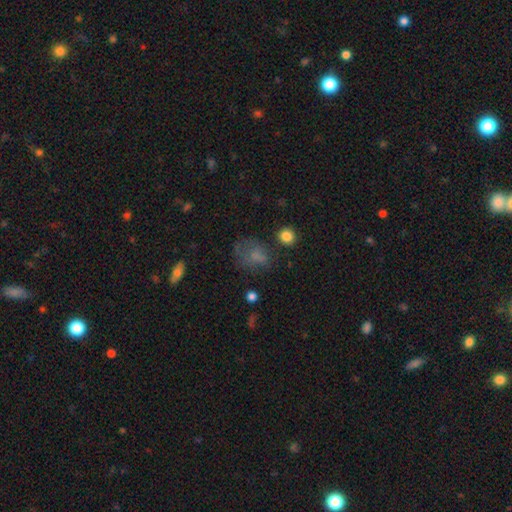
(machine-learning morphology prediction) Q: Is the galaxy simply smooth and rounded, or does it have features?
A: smooth — 61%.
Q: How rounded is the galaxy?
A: in between — 57%.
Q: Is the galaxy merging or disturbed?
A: none — 43%.